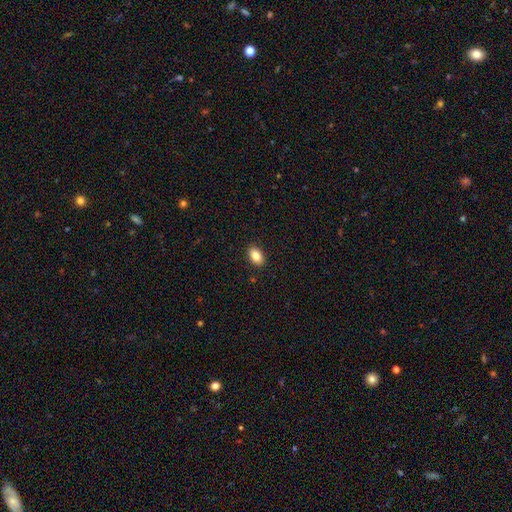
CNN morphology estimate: The model was most divided on "smooth or featured": smooth: 83%, featured or disk: 8%, star or artifact: 8%. More confident: merging — none (90%); how rounded — in between (87%).